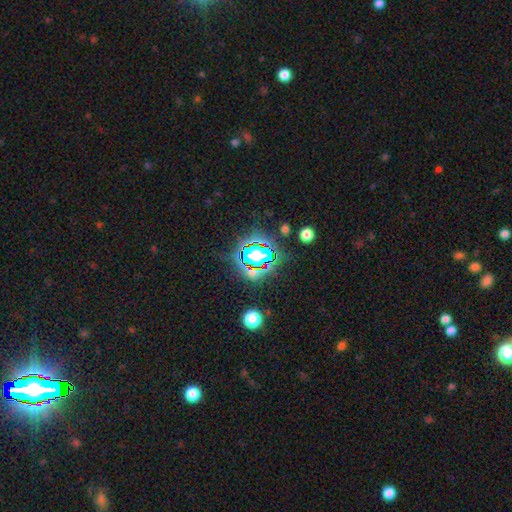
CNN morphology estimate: Smooth or featured? star or artifact (66%)